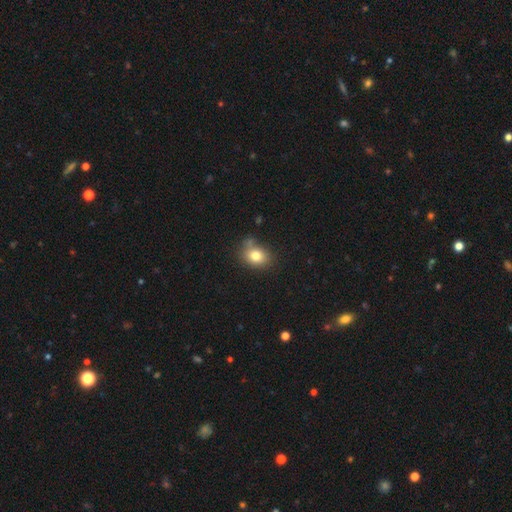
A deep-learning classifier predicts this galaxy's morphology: This appears to be a smooth galaxy with no disk features (78%) that is in between round and cigar-shaped (58%). Merging: none (64%).